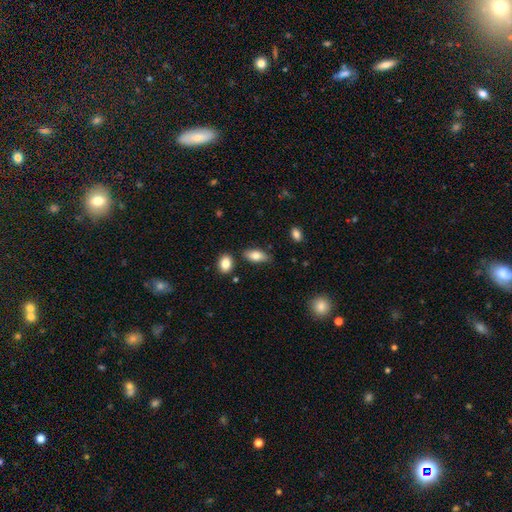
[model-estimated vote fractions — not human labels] smooth 81%, featured or disk 13%, star or artifact 7%. Down the decision tree: how rounded — in between (87%); merging — none (78%).